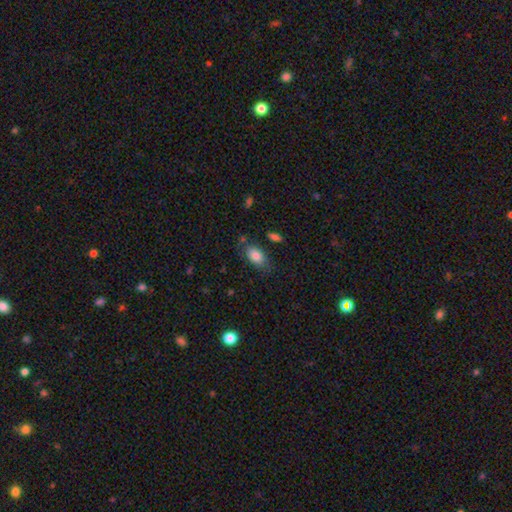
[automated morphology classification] A smooth galaxy with no disk features (83%) that is in between round and cigar-shaped (91%).

Vote fractions:
- Smooth or featured? smooth: 83% / featured or disk: 10% / star or artifact: 8%
- How rounded? in between: 91% / round: 7% / cigar-shaped: 3%
- Merging? none: 70% / minor disturbance: 19% / major disturbance: 6% / merger: 5%